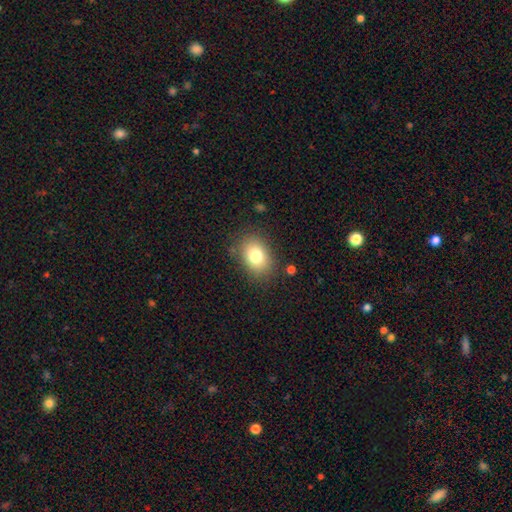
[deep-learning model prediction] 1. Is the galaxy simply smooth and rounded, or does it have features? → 79% smooth, 11% featured or disk, 10% star or artifact.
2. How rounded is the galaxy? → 71% in between, 28% round, 1% cigar-shaped.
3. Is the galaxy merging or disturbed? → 81% none, 13% minor disturbance, 4% major disturbance, 2% merger.